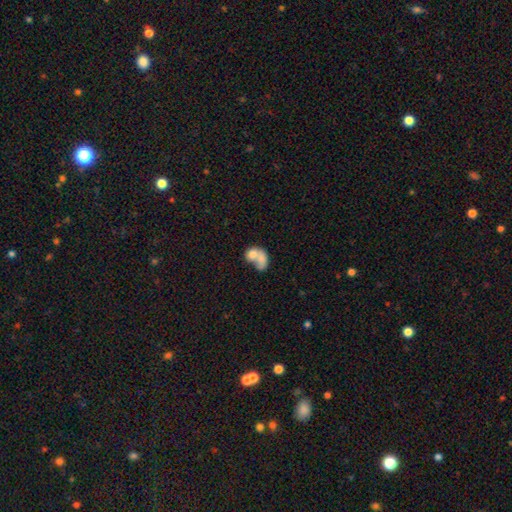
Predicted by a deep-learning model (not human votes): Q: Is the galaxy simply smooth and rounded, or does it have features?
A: smooth — 66%.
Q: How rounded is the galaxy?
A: in between — 63%.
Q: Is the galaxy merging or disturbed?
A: merger — 68%.